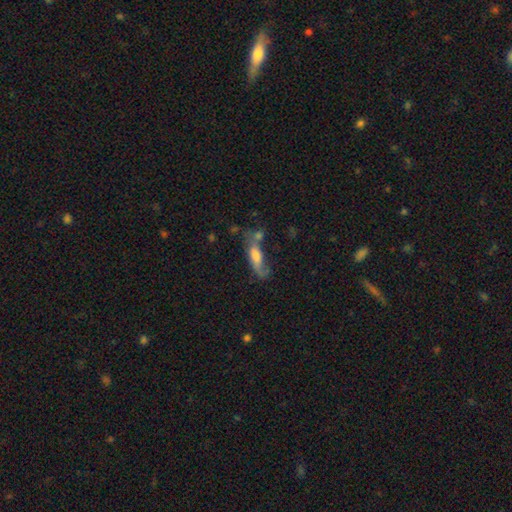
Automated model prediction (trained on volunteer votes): Smooth or featured: smooth — 54% (featured or disk — 37%)
How rounded: cigar-shaped — 51% (in between — 46%)
Merging: none — 40% (minor disturbance — 24%)